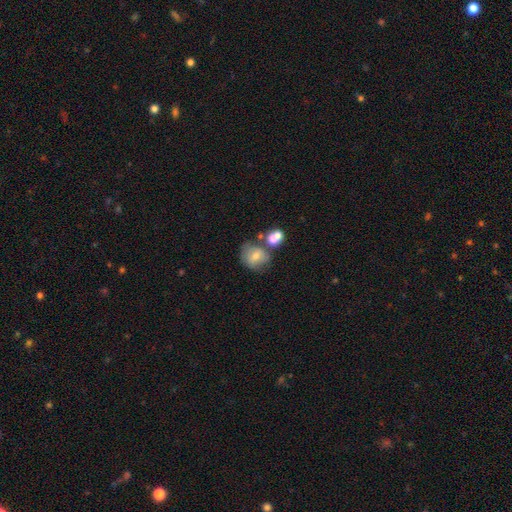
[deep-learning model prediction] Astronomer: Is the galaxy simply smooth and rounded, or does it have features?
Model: smooth — 63%.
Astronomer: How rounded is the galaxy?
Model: round — 66%.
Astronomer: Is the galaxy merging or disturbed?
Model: none — 42% (runner-up: merger, 34%).